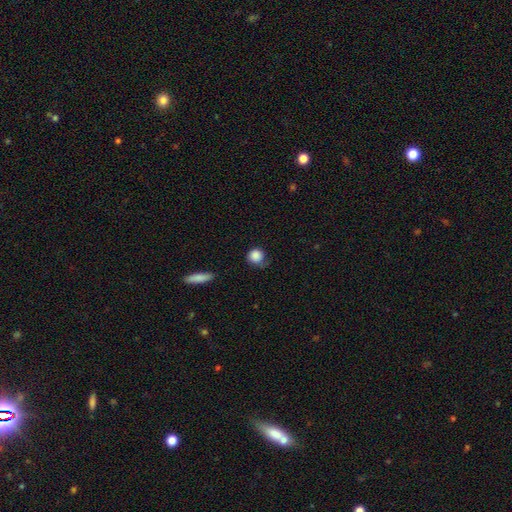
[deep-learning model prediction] Q: Smooth or featured?
A: smooth (87%); runner-up: star or artifact (8%)
Q: How rounded?
A: round (88%); runner-up: in between (11%)
Q: Merging?
A: none (59%); runner-up: minor disturbance (29%)